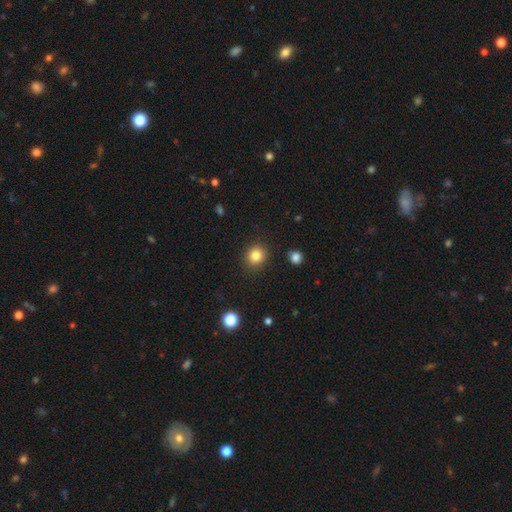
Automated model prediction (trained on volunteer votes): A smooth galaxy with no disk features (84%) that is round (87%).

Vote fractions:
- Smooth or featured? smooth: 84% / star or artifact: 11% / featured or disk: 5%
- How rounded? round: 87% / in between: 12% / cigar-shaped: 1%
- Merging? none: 90% / minor disturbance: 6% / major disturbance: 2% / merger: 1%